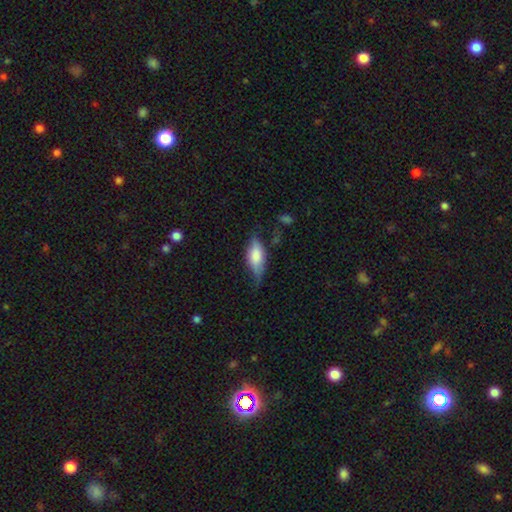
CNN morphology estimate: smooth-or-featured: smooth: 67% | featured or disk: 26% | star or artifact: 7%
  how-rounded: in between: 78% | cigar-shaped: 20% | round: 3%
  merging: none: 48% | minor disturbance: 37% | major disturbance: 12% | merger: 3%